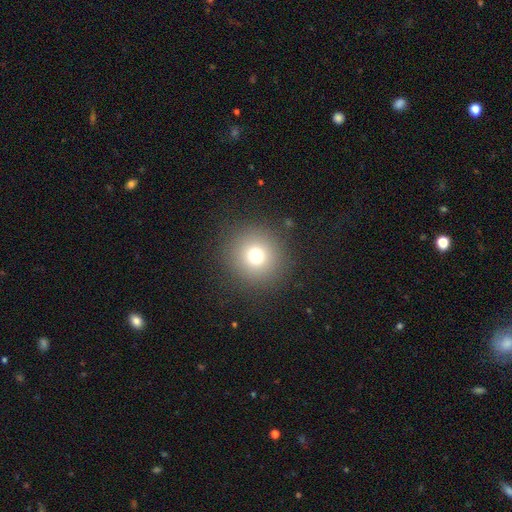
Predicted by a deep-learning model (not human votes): Q: Smooth or featured?
A: smooth (74%); runner-up: star or artifact (16%)
Q: How rounded?
A: round (95%); runner-up: in between (4%)
Q: Merging?
A: none (89%); runner-up: minor disturbance (6%)